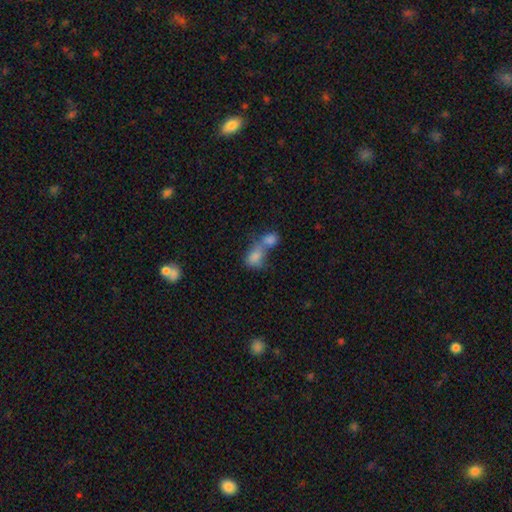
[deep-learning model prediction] This is likely a smooth galaxy (78%). How rounded: likely in between (76%). Merging: likely merger (72%).